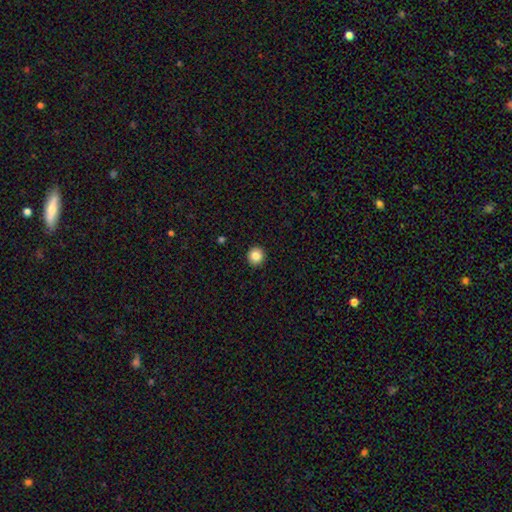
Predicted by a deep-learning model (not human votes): Smooth or featured: smooth — 85% (star or artifact — 9%)
How rounded: round — 93% (in between — 6%)
Merging: none — 93% (minor disturbance — 4%)